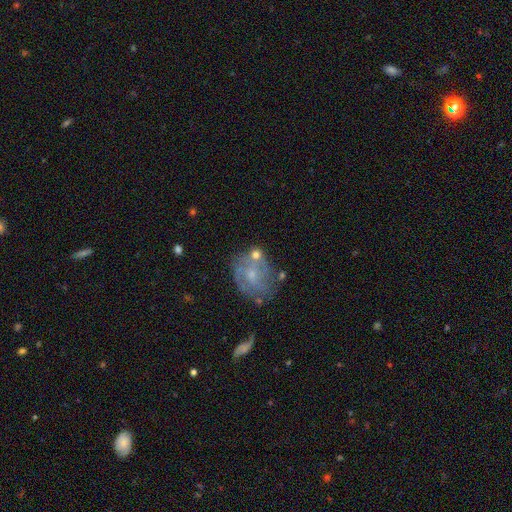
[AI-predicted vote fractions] Smooth or featured? Predicted: featured or disk (p=0.66). Edge-on disk? Predicted: no (p=0.97). Bar? Predicted: no (p=0.63). Spiral arms? Predicted: yes (p=0.73). Bulge size? Predicted: small (p=0.61). Merging? Predicted: none (p=0.56).